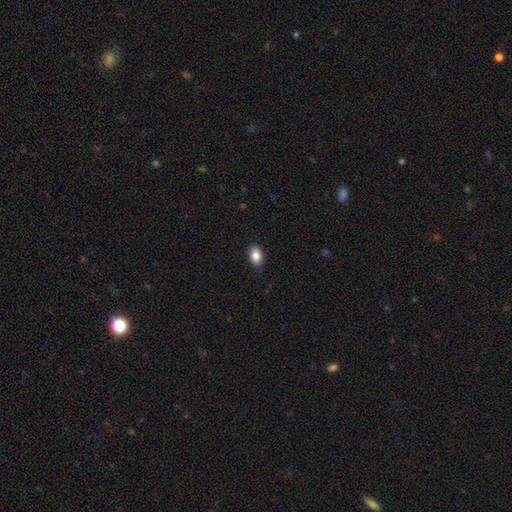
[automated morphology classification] This appears to be a smooth galaxy with no disk features (87%) that is in between round and cigar-shaped (88%). Merging: none (89%).